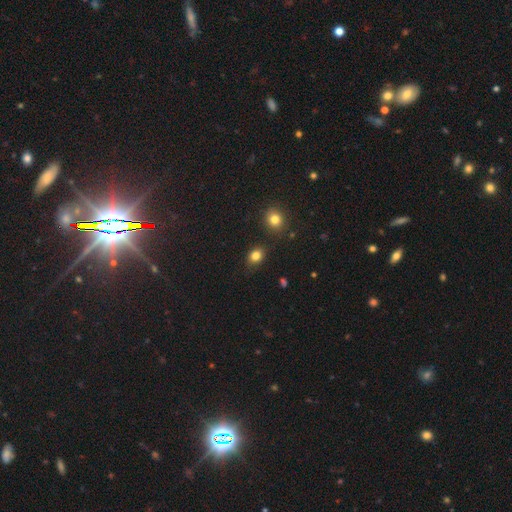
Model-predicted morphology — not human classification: Smooth or featured: smooth — 83% (star or artifact — 12%)
How rounded: in between — 50% (round — 49%)
Merging: none — 80% (minor disturbance — 14%)